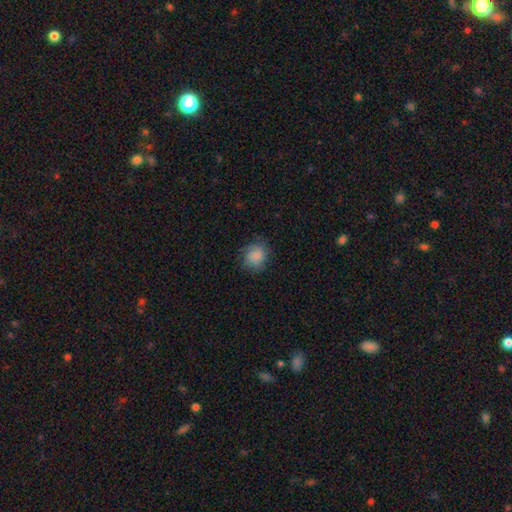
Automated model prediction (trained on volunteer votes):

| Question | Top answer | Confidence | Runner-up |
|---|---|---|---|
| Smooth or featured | smooth | 85% | star or artifact (8%) |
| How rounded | round | 77% | in between (22%) |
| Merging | none | 77% | minor disturbance (17%) |